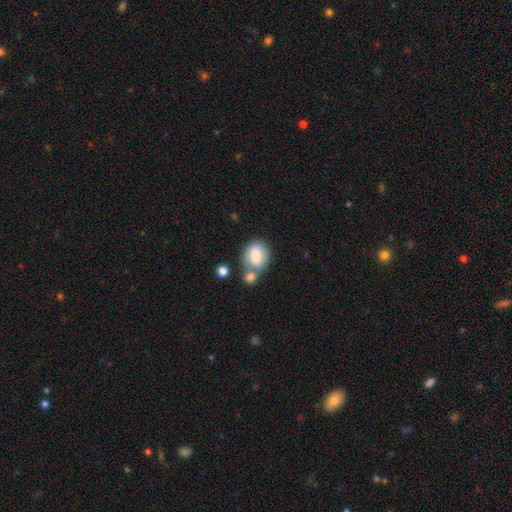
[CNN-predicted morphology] smooth 80%, featured or disk 13%, star or artifact 7%. Down the decision tree: how rounded — in between (53%); merging — none (42%).